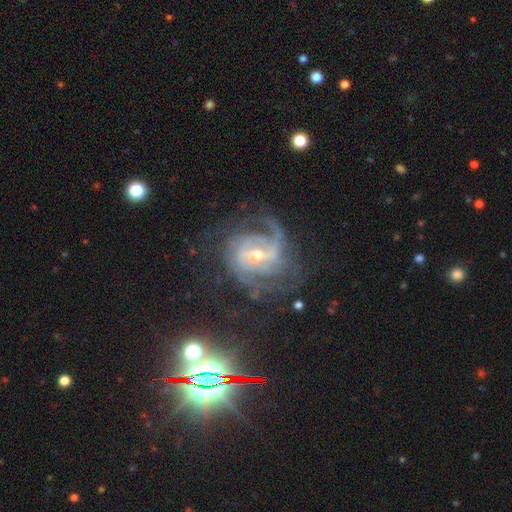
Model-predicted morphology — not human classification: Smooth or featured: featured or disk — 87% (star or artifact — 8%)
Edge-on disk: no — 98% (yes — 2%)
Bar: weak — 47% (strong — 32%)
Spiral arms: yes — 96% (no — 4%)
Spiral winding: medium — 45% (tight — 35%)
Spiral arm count: 2 — 31% (3 — 24%)
Bulge size: moderate — 54% (small — 41%)
Merging: none — 57% (major disturbance — 22%)